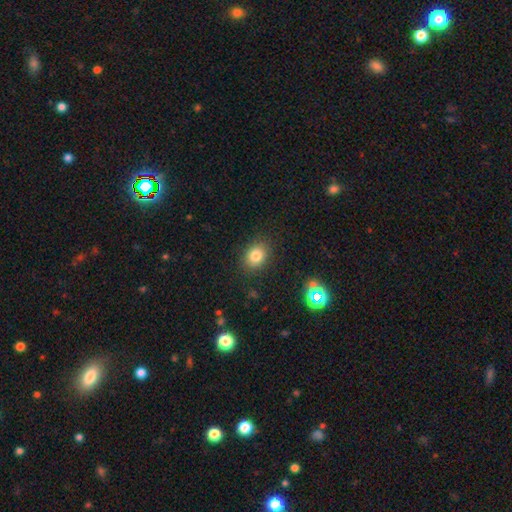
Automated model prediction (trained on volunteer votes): Morphology: type=smooth (80%); roundness=round (50%); merging=none (87%).